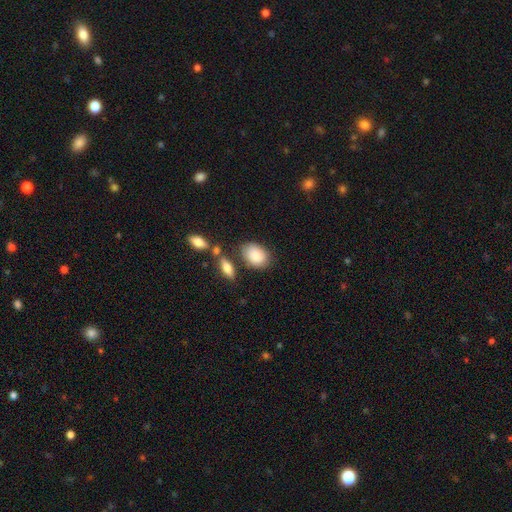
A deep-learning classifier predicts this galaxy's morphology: smooth-or-featured: smooth: 83% | featured or disk: 11% | star or artifact: 7%
  how-rounded: in between: 81% | round: 17% | cigar-shaped: 2%
  merging: none: 68% | minor disturbance: 17% | merger: 10% | major disturbance: 4%